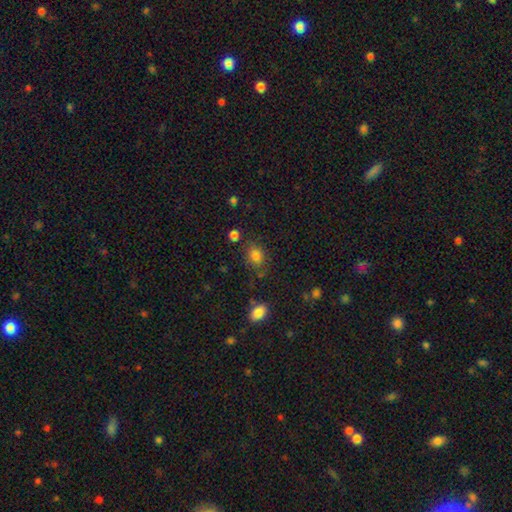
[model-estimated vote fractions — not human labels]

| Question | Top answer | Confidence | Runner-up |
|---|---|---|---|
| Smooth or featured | smooth | 81% | star or artifact (12%) |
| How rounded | in between | 56% | round (43%) |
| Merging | none | 72% | minor disturbance (17%) |